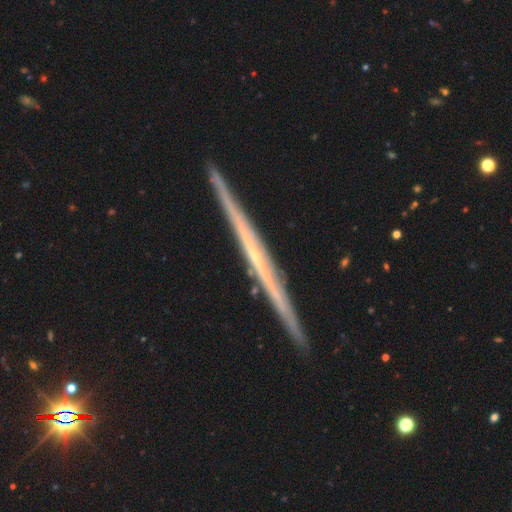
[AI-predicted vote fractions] Overall: featured or disk (78%). Edge-on disk: yes (98%). Edge-on bulge: none (81%). Merging: none (91%).